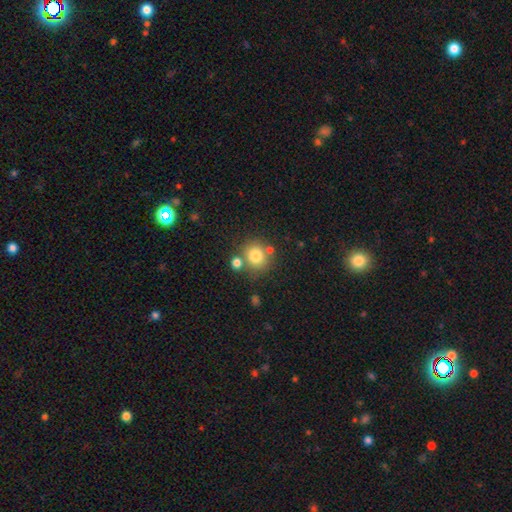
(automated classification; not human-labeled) smooth-or-featured: smooth: 78% | star or artifact: 12% | featured or disk: 10%
  how-rounded: round: 85% | in between: 14% | cigar-shaped: 1%
  merging: none: 68% | merger: 17% | minor disturbance: 11% | major disturbance: 4%